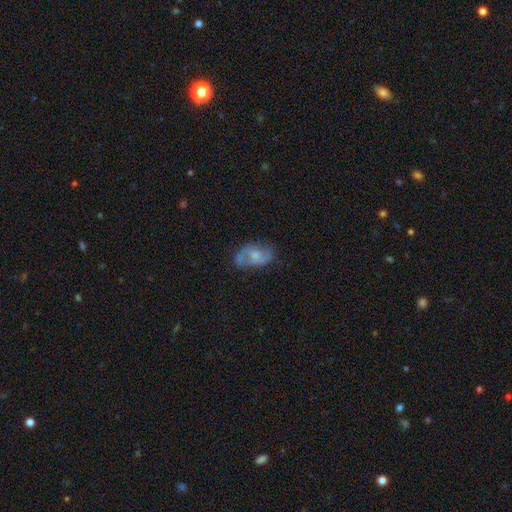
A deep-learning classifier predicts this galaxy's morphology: Overall: featured or disk (50%; smooth 42%). Edge-on disk: no (96%). Merging: none (52%; minor disturbance 27%).